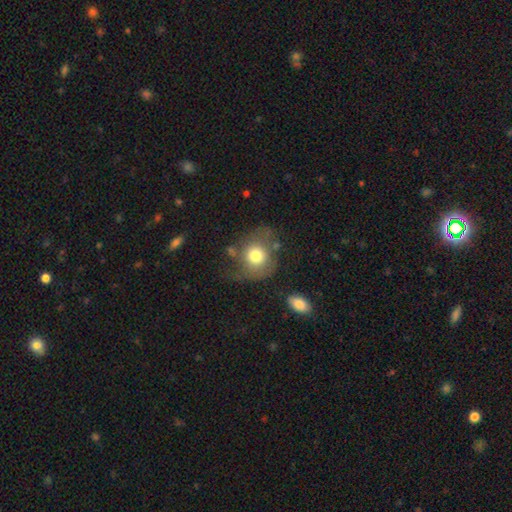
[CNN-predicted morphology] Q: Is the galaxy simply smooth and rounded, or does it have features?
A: smooth — 66%.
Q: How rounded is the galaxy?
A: round — 78%.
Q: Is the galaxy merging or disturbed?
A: none — 49%.